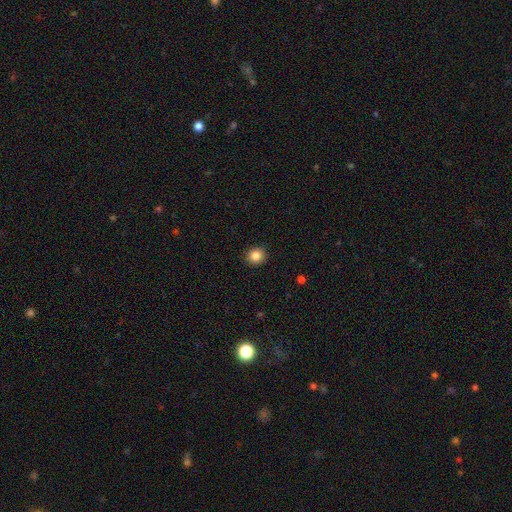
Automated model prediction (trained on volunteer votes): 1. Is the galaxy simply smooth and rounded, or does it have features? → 84% smooth, 10% star or artifact, 5% featured or disk.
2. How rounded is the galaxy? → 86% round, 13% in between, 1% cigar-shaped.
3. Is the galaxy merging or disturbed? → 92% none, 6% minor disturbance, 2% major disturbance, 1% merger.